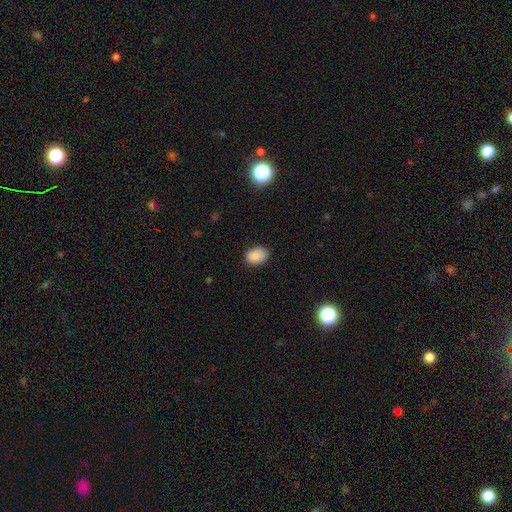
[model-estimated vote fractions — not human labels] Morphology: type=smooth (87%); roundness=in between (76%); merging=none (83%).